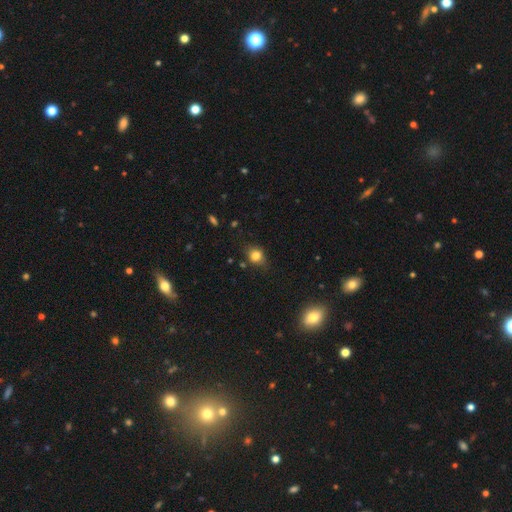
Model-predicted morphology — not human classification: Smooth or featured: smooth — 79% (star or artifact — 12%)
How rounded: round — 59% (in between — 40%)
Merging: none — 69% (minor disturbance — 24%)